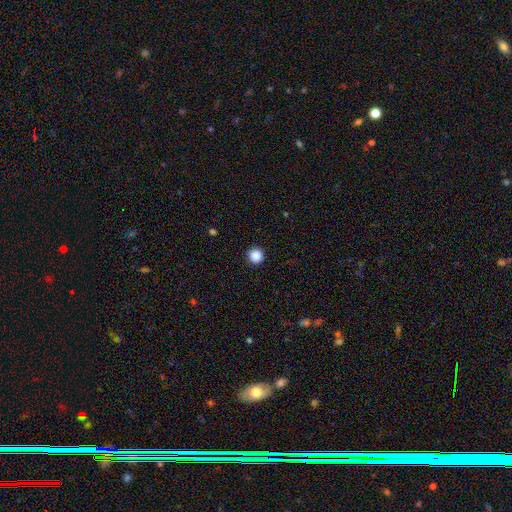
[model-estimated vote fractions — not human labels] Smooth or featured? smooth (88%)
How rounded? round (96%)
Merging? none (93%)